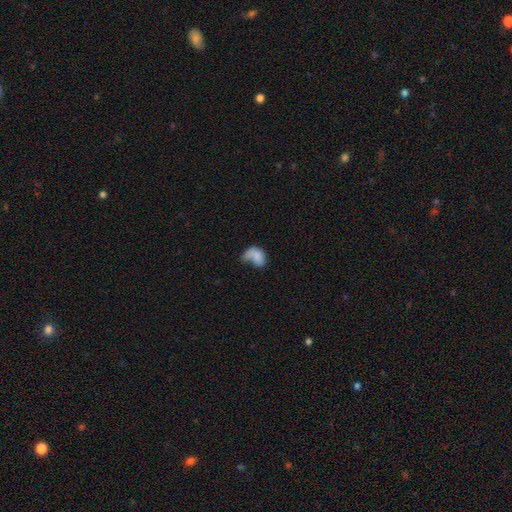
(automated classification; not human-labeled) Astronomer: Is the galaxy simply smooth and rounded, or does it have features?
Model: smooth — 69%.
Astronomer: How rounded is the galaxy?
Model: in between — 79%.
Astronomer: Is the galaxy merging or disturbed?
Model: major disturbance — 38% (runner-up: minor disturbance, 28%).